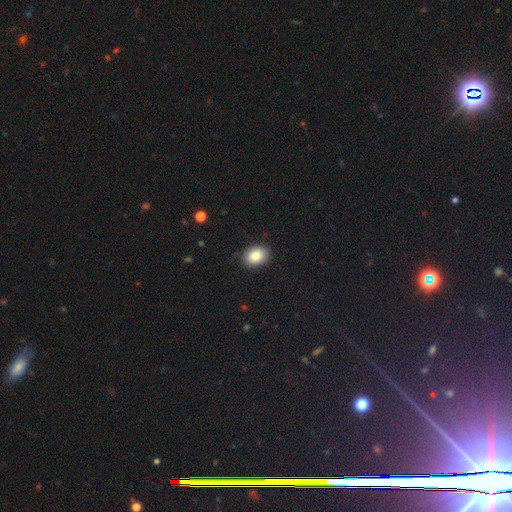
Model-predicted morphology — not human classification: smooth_or_featured: smooth (p=0.86) [alt: star or artifact p=0.08]
how_rounded: in between (p=0.67) [alt: round p=0.32]
merging: none (p=0.89) [alt: minor disturbance p=0.08]